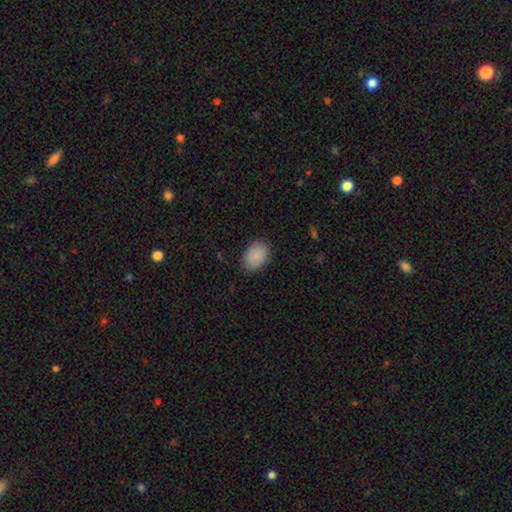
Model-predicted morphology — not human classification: smooth 89%, star or artifact 7%, featured or disk 4%. Down the decision tree: how rounded — in between (80%); merging — none (84%).